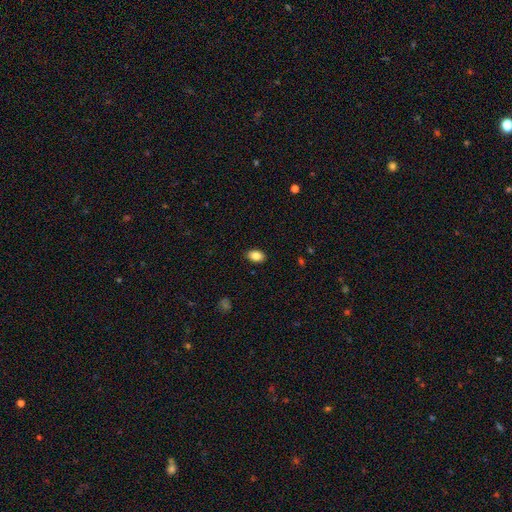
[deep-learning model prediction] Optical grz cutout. It shows a smooth galaxy with no disk features (86%) that is in between round and cigar-shaped (88%). Merging: none (88%).